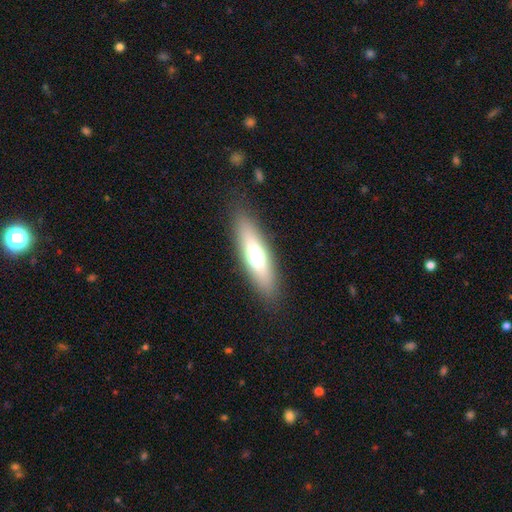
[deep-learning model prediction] A smooth galaxy with no disk features (56%) that is cigar-shaped (52%).

Vote fractions:
- Smooth or featured? smooth: 56% / featured or disk: 35% / star or artifact: 9%
- How rounded? cigar-shaped: 52% / in between: 45% / round: 3%
- Merging? none: 86% / minor disturbance: 9% / major disturbance: 4% / merger: 1%